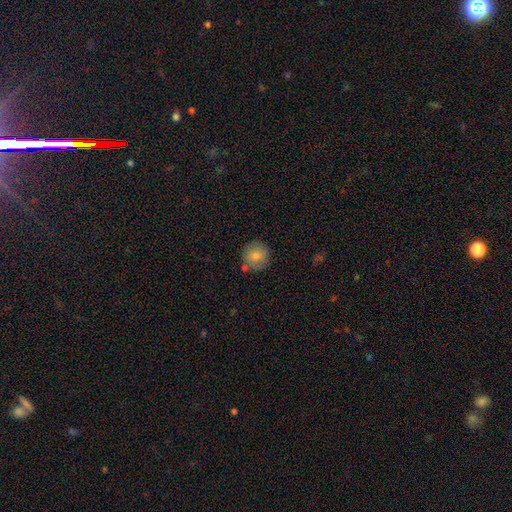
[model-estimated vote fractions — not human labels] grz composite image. It shows a smooth galaxy with no disk features (82%) that is round (92%). Merging: none (77%).